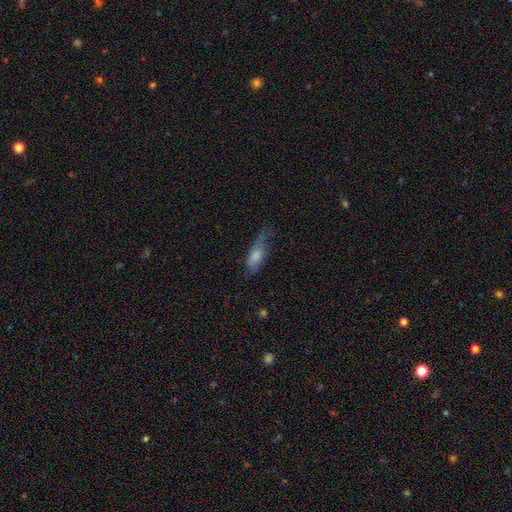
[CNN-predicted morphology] smooth 71%, featured or disk 22%, star or artifact 7%. Down the decision tree: how rounded — in between (68%); merging — none (38%).